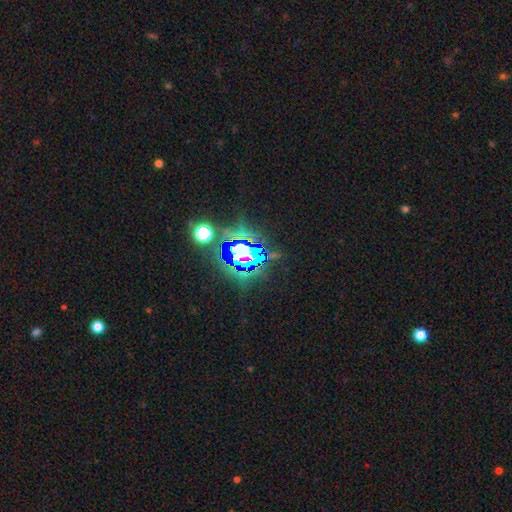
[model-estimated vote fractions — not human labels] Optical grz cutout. It shows a star or artifact, not a galaxy (75%).